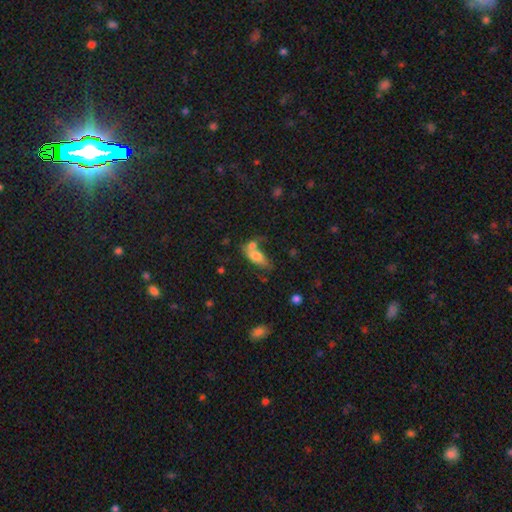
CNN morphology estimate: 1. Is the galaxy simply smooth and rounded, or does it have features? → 72% smooth, 19% featured or disk, 9% star or artifact.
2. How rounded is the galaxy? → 83% in between, 13% cigar-shaped, 4% round.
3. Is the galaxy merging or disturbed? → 39% merger, 36% none, 16% minor disturbance, 9% major disturbance.